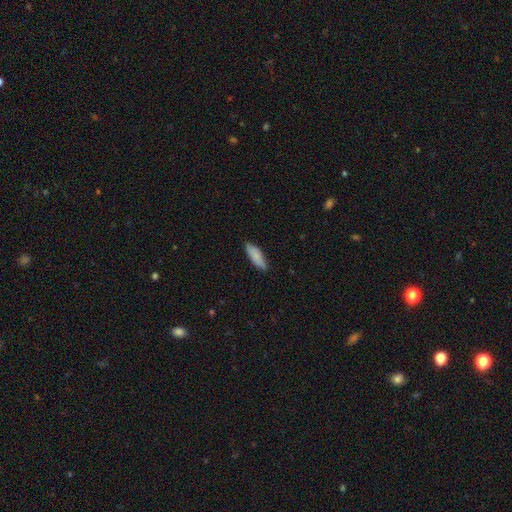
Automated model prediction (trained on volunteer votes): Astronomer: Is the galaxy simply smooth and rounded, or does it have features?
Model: smooth — 82%.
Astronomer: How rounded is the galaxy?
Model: in between — 60% (runner-up: cigar-shaped, 38%).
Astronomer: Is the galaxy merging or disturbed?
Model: none — 82%.